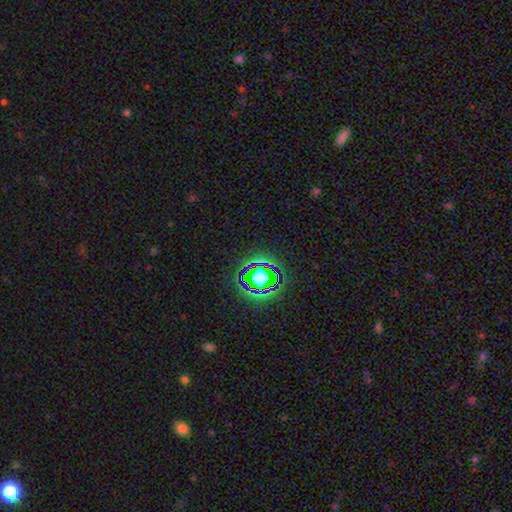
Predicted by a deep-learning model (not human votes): A star or artifact, not a galaxy (78%).